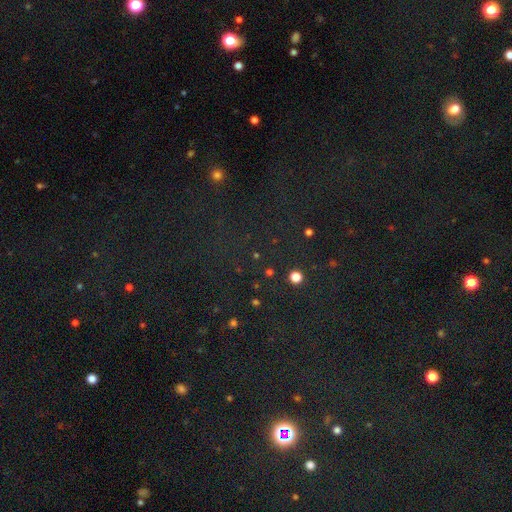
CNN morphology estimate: This is likely a star or artifact rather than a galaxy (76%).